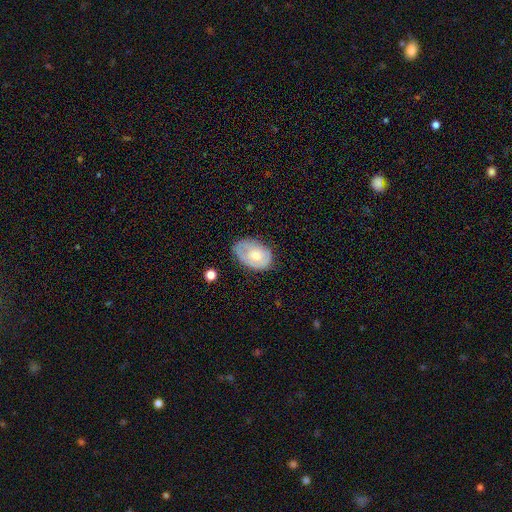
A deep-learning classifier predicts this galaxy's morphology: smooth-or-featured: smooth: 53% | featured or disk: 40% | star or artifact: 6%
  how-rounded: in between: 85% | round: 14% | cigar-shaped: 1%
  merging: none: 60% | minor disturbance: 29% | major disturbance: 9% | merger: 2%